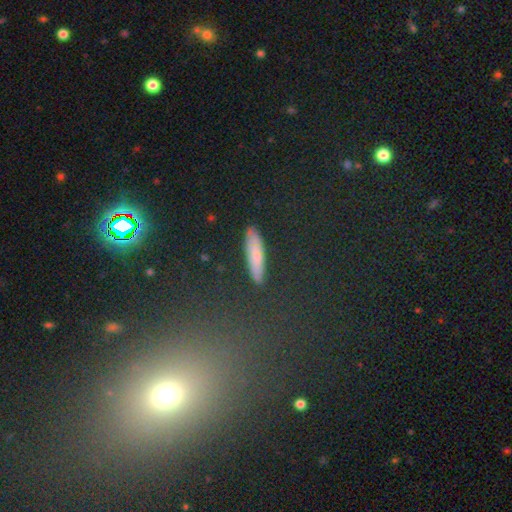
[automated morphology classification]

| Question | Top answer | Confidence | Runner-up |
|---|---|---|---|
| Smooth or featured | smooth | 64% | featured or disk (20%) |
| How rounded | cigar-shaped | 77% | in between (18%) |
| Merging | none | 86% | minor disturbance (10%) |